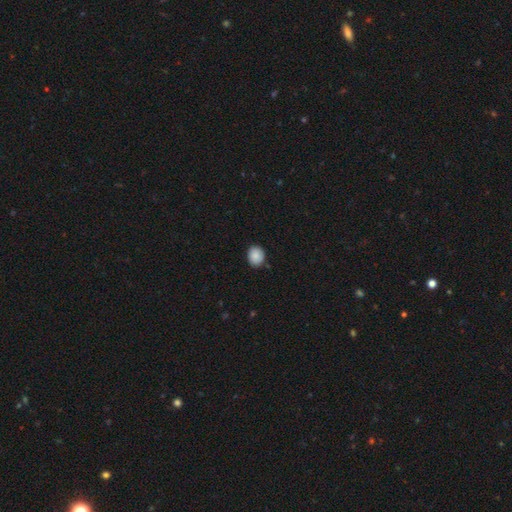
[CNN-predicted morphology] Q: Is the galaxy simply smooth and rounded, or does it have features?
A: smooth — 88%.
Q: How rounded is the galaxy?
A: round — 54%.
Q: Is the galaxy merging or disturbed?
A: none — 84%.